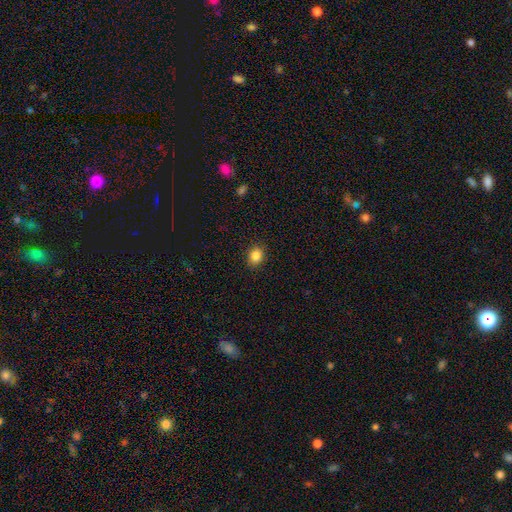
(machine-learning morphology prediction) smooth_or_featured: smooth (p=0.85) [alt: star or artifact p=0.11]
how_rounded: round (p=0.60) [alt: in between p=0.39]
merging: none (p=0.89) [alt: minor disturbance p=0.08]